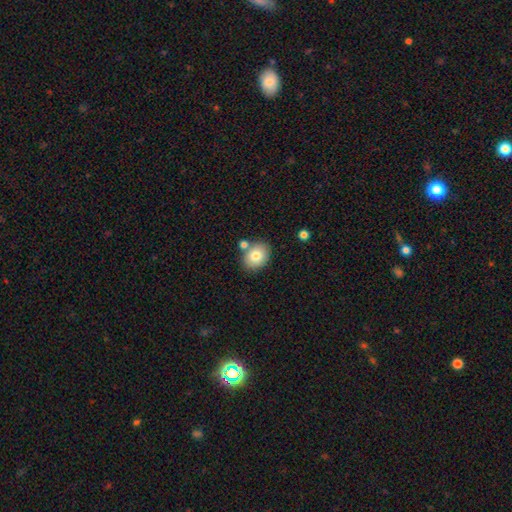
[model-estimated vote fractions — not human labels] Morphology: type=smooth (78%); roundness=in between (56%); merging=none (72%).